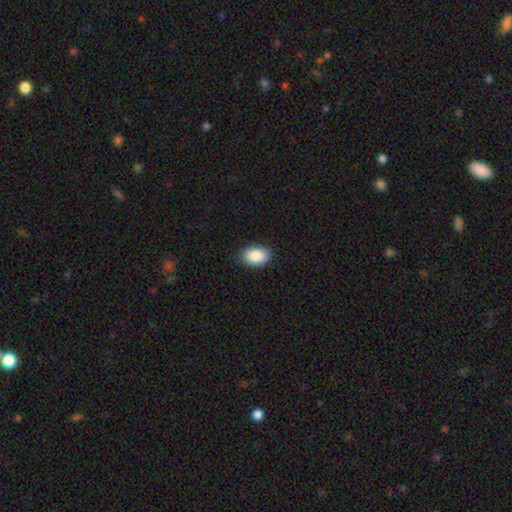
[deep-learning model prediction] Overall: smooth (89%). How rounded: in between (88%). Merging: none (88%).